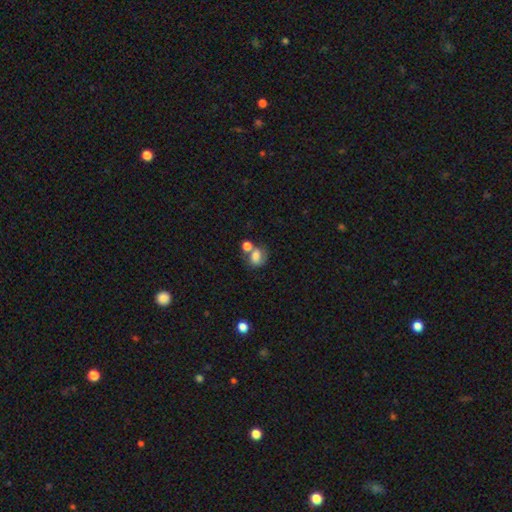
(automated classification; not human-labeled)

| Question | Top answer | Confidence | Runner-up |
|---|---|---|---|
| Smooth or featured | smooth | 62% | featured or disk (27%) |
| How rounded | round | 50% | in between (49%) |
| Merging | merger | 40% | none (34%) |